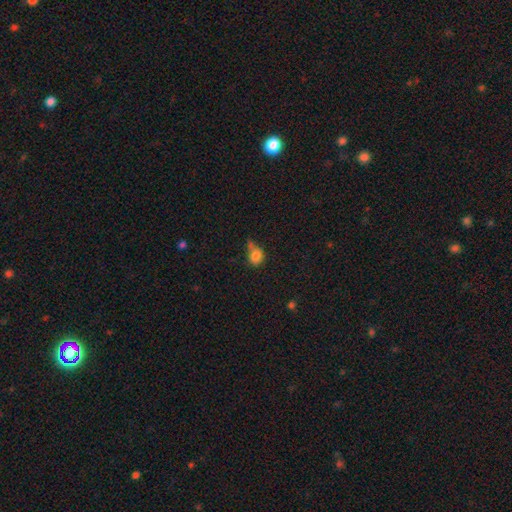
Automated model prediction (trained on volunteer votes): Smooth or featured? Predicted: smooth (p=0.82). How rounded? Predicted: round (p=0.71). Merging? Predicted: none (p=0.45).